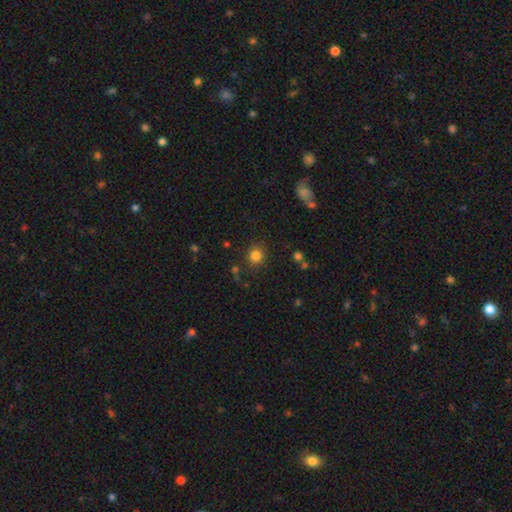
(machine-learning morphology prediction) A smooth galaxy with no disk features (81%) that is round (85%).

Vote fractions:
- Smooth or featured? smooth: 81% / star or artifact: 13% / featured or disk: 5%
- How rounded? round: 85% / in between: 14% / cigar-shaped: 1%
- Merging? none: 85% / minor disturbance: 9% / major disturbance: 3% / merger: 3%